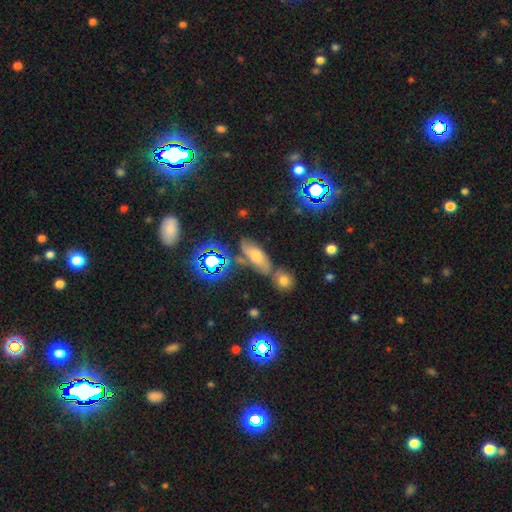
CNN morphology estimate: Smooth or featured? smooth (48%)
Merging? none (62%)